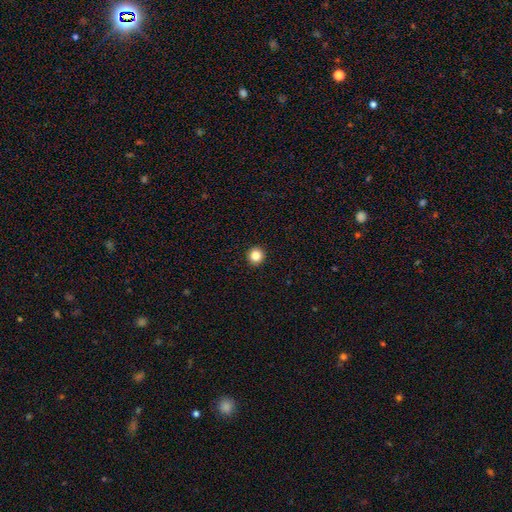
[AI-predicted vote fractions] Overall: smooth (85%). How rounded: round (94%). Merging: none (94%).